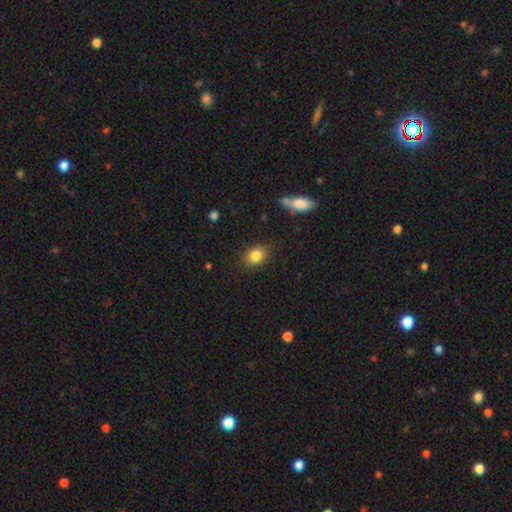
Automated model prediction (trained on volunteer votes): This is clearly a smooth galaxy (84%). How rounded: possibly in between (52%). Merging: clearly none (84%).